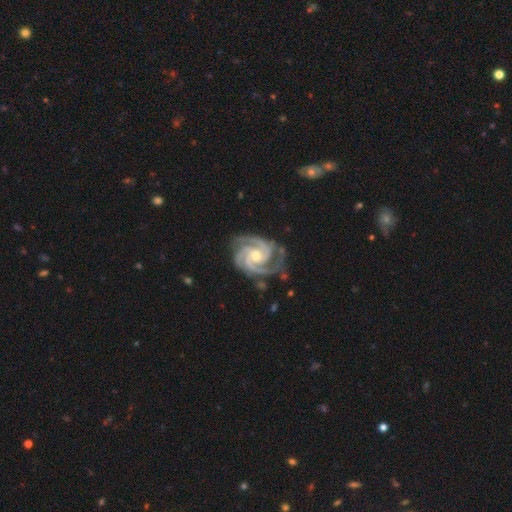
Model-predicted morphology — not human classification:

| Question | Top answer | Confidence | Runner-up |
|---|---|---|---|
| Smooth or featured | featured or disk | 94% | star or artifact (3%) |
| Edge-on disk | no | 98% | yes (2%) |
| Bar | no | 58% | weak (30%) |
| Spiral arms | yes | 99% | no (1%) |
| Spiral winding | tight | 67% | medium (30%) |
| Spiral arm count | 3 | 58% | 4 (17%) |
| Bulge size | moderate | 62% | small (33%) |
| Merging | none | 77% | minor disturbance (17%) |